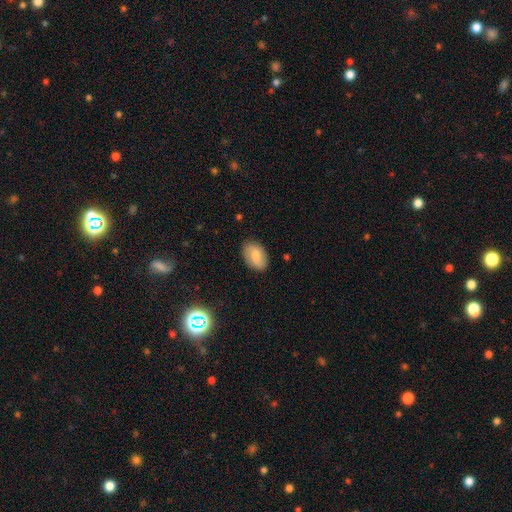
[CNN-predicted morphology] Smooth or featured? smooth (73%)
How rounded? in between (89%)
Merging? none (84%)